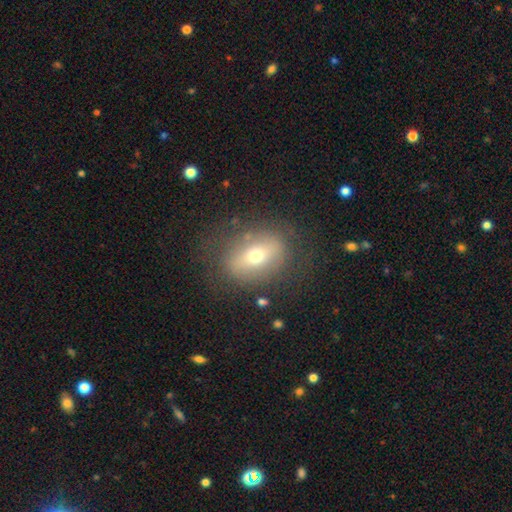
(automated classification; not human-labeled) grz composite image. It shows a smooth galaxy with no disk features (51%) that is in between round and cigar-shaped (68%). Merging: none (76%).